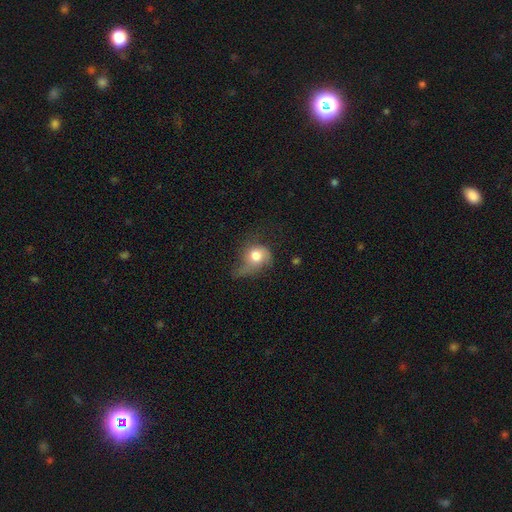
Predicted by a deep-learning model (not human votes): This appears to be a smooth galaxy with no disk features (66%) that is round (61%). Merging: major disturbance (39%).